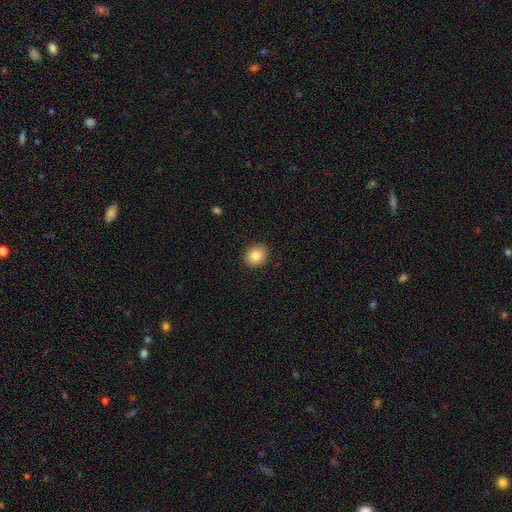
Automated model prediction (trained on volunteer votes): Morphology: type=smooth (85%); roundness=round (57%); merging=none (90%).